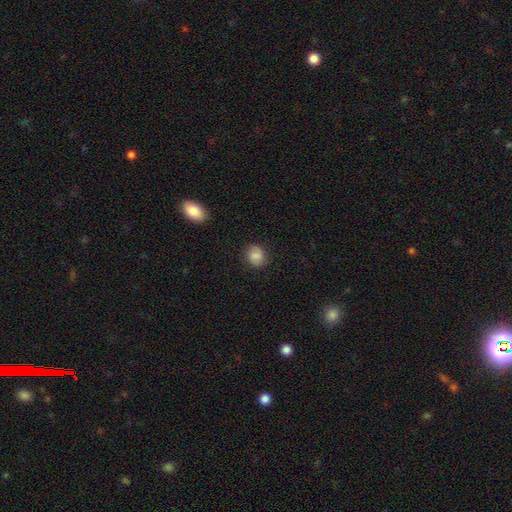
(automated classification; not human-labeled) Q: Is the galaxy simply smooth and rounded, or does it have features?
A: smooth — 80%.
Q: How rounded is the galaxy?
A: round — 71%.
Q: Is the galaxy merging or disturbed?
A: none — 82%.